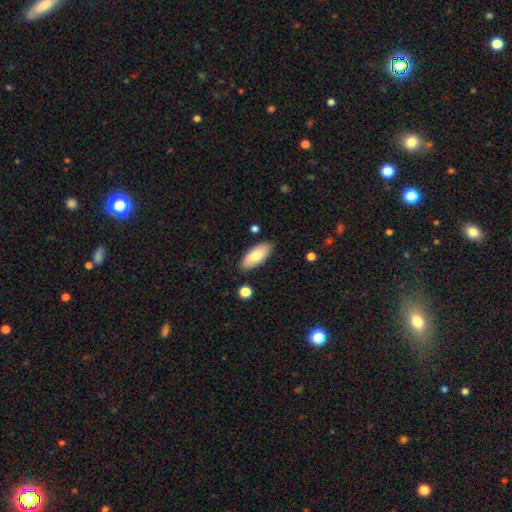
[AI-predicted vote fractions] smooth_or_featured: smooth (p=0.80) [alt: featured or disk p=0.14]
how_rounded: in between (p=0.86) [alt: cigar-shaped p=0.12]
merging: none (p=0.85) [alt: minor disturbance p=0.10]